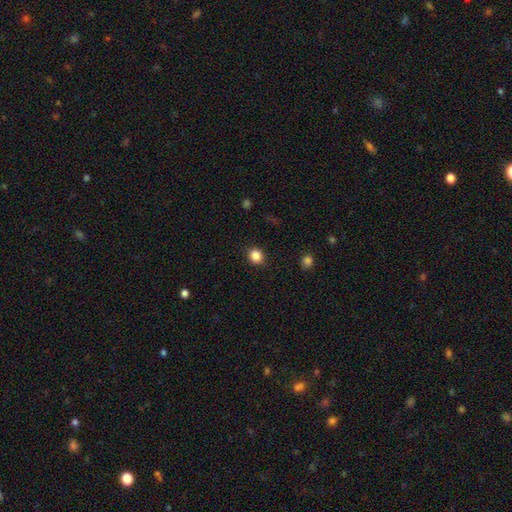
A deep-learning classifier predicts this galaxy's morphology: smooth 85%, star or artifact 11%, featured or disk 4%. Down the decision tree: how rounded — round (79%); merging — none (88%).